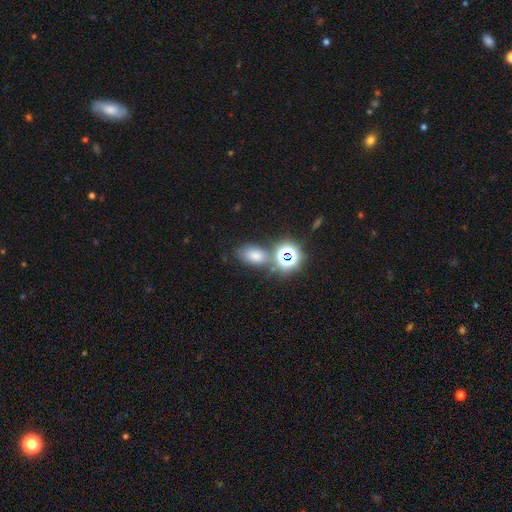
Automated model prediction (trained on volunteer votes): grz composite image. It shows a smooth galaxy with no disk features (67%) that is in between round and cigar-shaped (78%). Merging: none (63%).